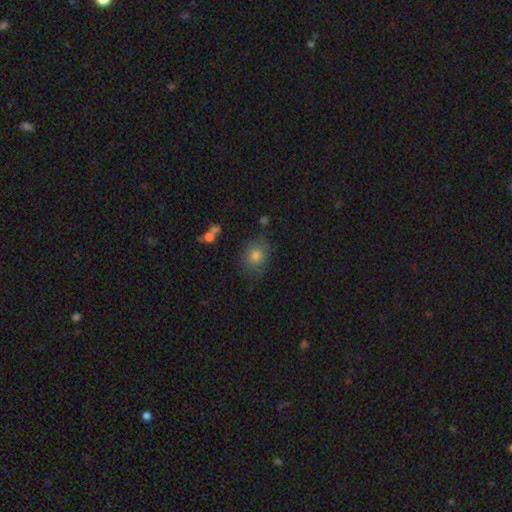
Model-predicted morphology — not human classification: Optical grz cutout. It shows a smooth galaxy with no disk features (76%) that is round (60%). Merging: none (77%).